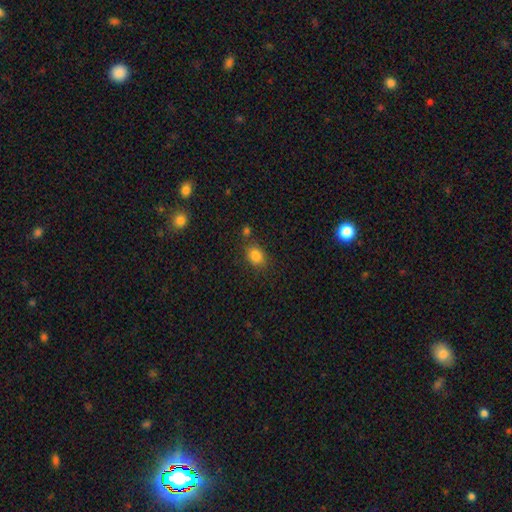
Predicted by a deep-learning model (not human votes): Overall: smooth (84%). How rounded: in between (60%; round 39%). Merging: none (77%).